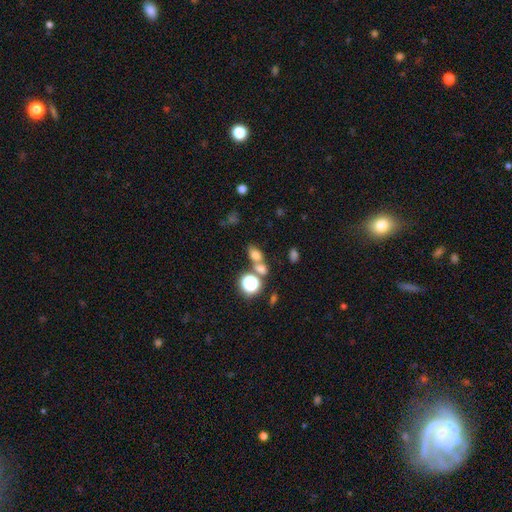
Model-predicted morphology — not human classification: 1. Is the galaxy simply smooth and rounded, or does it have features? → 68% smooth, 22% star or artifact, 10% featured or disk.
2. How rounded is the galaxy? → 66% in between, 31% round, 3% cigar-shaped.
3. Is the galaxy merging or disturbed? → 54% none, 30% merger, 11% minor disturbance, 5% major disturbance.